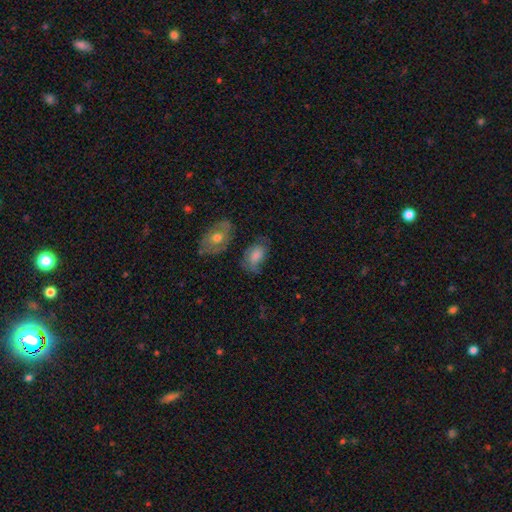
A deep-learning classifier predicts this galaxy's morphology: Smooth or featured? smooth (67%)
How rounded? in between (87%)
Merging? none (49%)